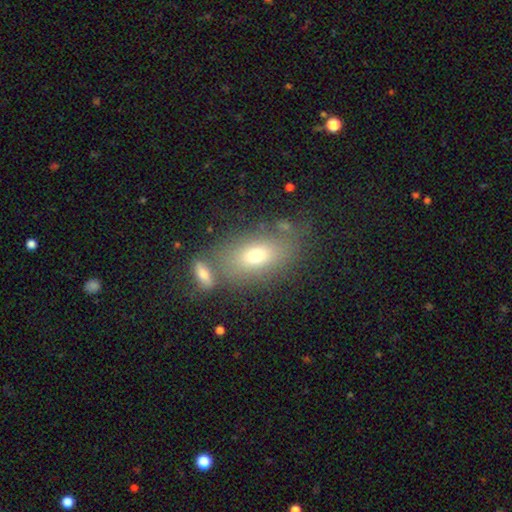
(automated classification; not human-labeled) The model was most divided on "merging": none: 61%, merger: 18%, minor disturbance: 14%, major disturbance: 7%. More confident: how rounded — in between (83%); smooth or featured — smooth (70%).